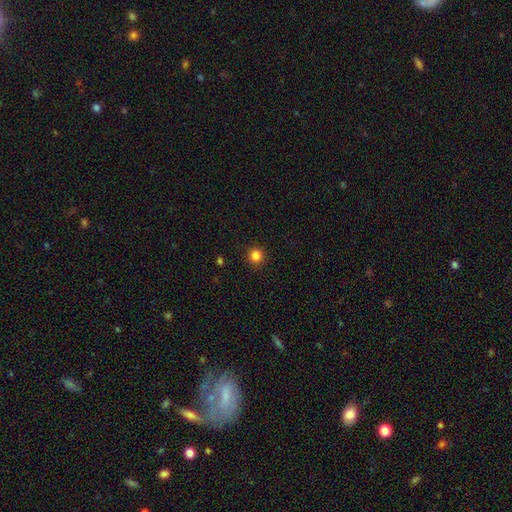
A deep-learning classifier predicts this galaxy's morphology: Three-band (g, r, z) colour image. It shows a smooth galaxy with no disk features (84%) that is round (95%). Merging: none (92%).